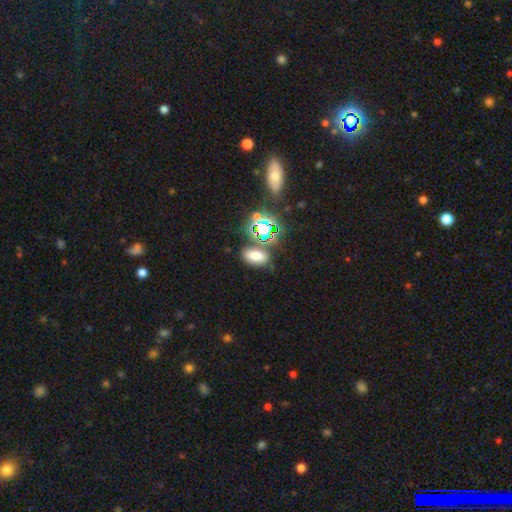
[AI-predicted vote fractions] smooth-or-featured: smooth: 62% | star or artifact: 30% | featured or disk: 8%
  how-rounded: in between: 84% | round: 13% | cigar-shaped: 3%
  merging: none: 74% | minor disturbance: 12% | merger: 9% | major disturbance: 5%